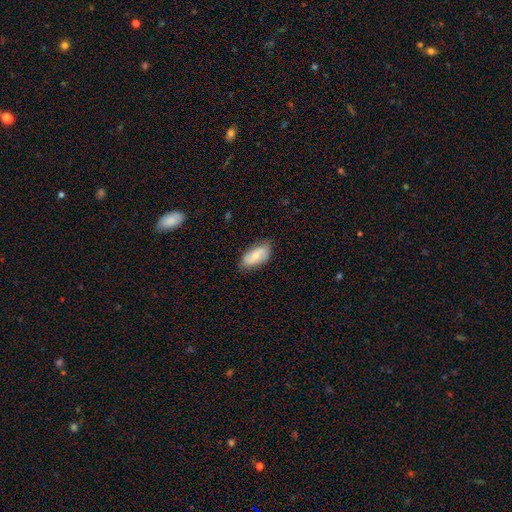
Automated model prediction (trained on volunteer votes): This appears to be a smooth galaxy with no disk features (62%) that is in between round and cigar-shaped (91%). Merging: none (79%).